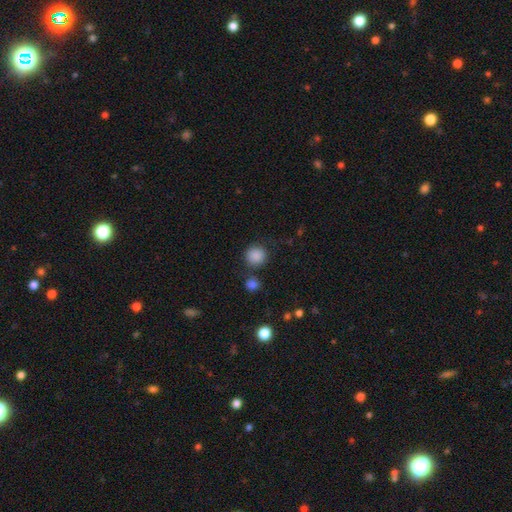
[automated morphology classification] Smooth or featured: smooth — 87% (star or artifact — 10%)
How rounded: round — 91% (in between — 8%)
Merging: none — 80% (minor disturbance — 10%)